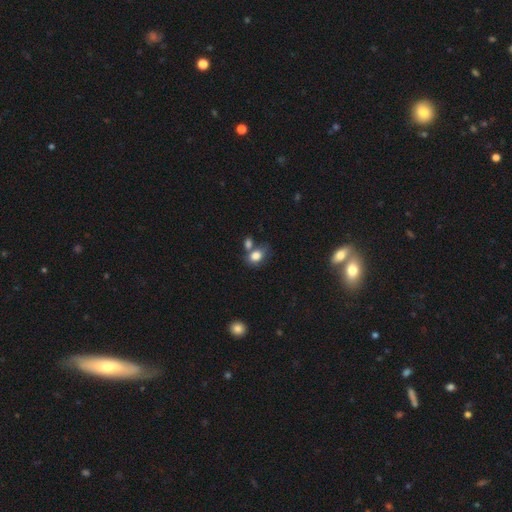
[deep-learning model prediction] A smooth galaxy with no disk features (81%) that is in between round and cigar-shaped (72%). Merging: none (43%).